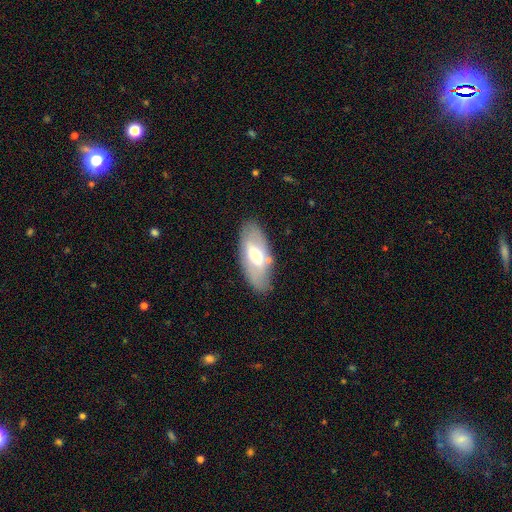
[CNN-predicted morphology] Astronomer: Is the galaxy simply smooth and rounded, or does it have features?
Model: featured or disk — 48% (runner-up: smooth, 46%).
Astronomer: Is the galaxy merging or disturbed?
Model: none — 80%.